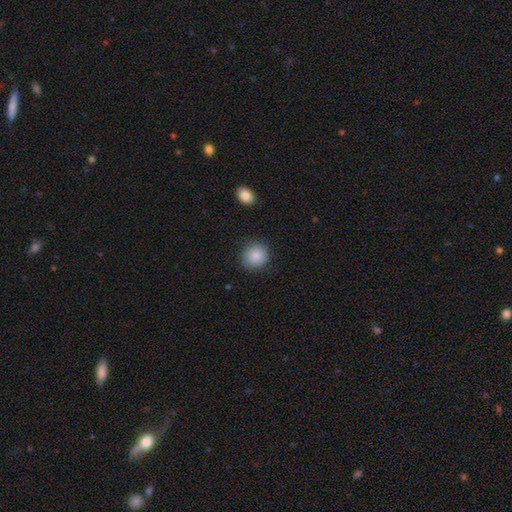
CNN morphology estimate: smooth_or_featured: smooth (p=0.88) [alt: star or artifact p=0.08]
how_rounded: round (p=0.87) [alt: in between p=0.12]
merging: none (p=0.87) [alt: minor disturbance p=0.09]